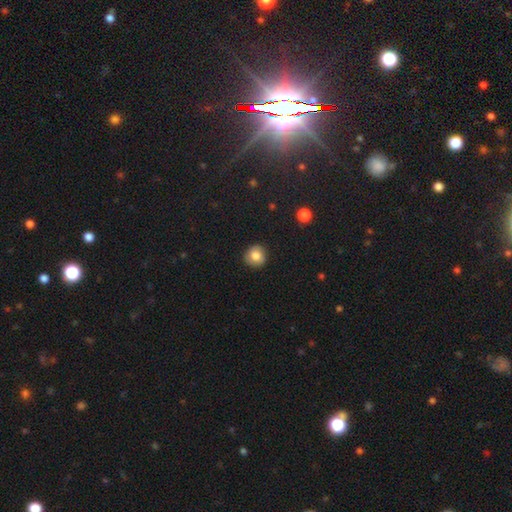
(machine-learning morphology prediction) A smooth galaxy with no disk features (82%) that is round (88%). Merging: none (88%).